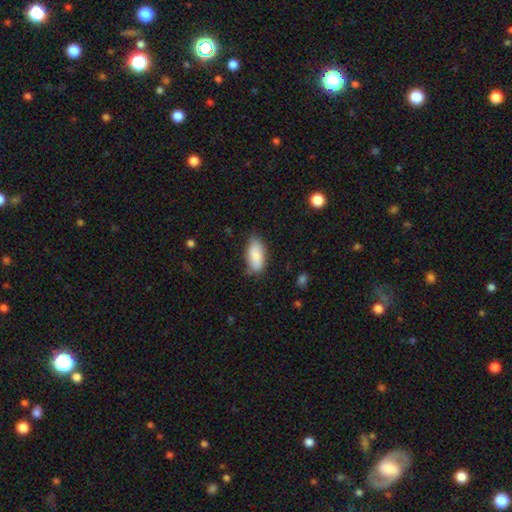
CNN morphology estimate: Smooth or featured? smooth (85%)
How rounded? in between (91%)
Merging? none (74%)